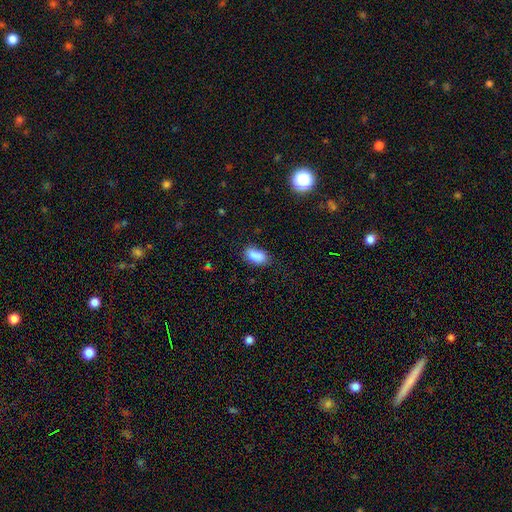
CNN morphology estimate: The model was most divided on "merging": none: 61%, minor disturbance: 25%, merger: 8%, major disturbance: 6%. More confident: how rounded — in between (90%); smooth or featured — smooth (85%).